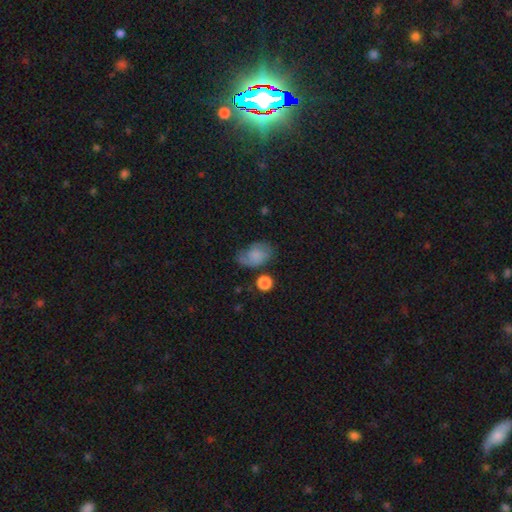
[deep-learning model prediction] smooth 51%, featured or disk 39%, star or artifact 10%. Down the decision tree: how rounded — in between (80%); merging — none (51%).